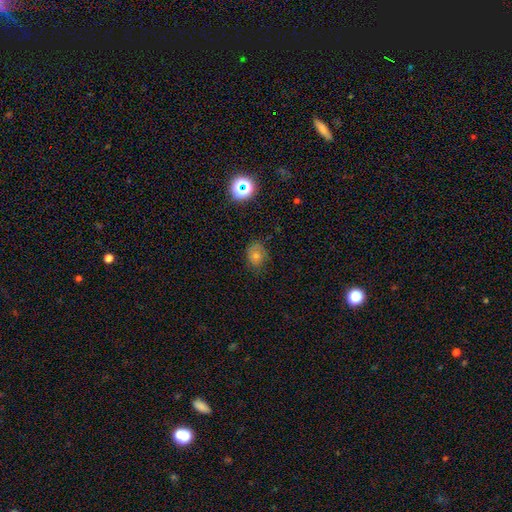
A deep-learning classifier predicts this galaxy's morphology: Overall: smooth (59%; star or artifact 23%). How rounded: round (55%; in between 44%). Merging: none (72%).